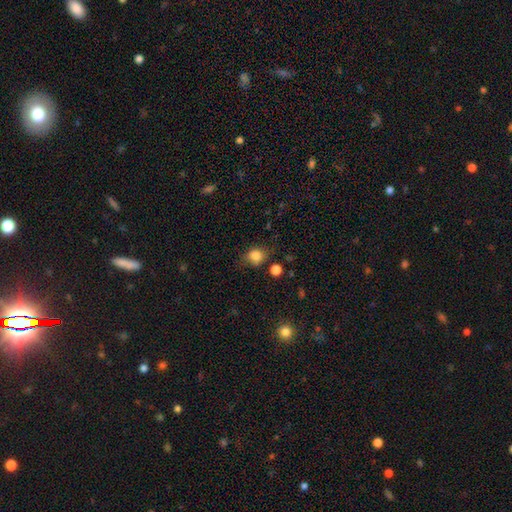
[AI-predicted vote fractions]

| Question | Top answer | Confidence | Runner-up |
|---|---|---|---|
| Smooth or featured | smooth | 82% | star or artifact (11%) |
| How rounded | round | 61% | in between (37%) |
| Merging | none | 64% | minor disturbance (23%) |